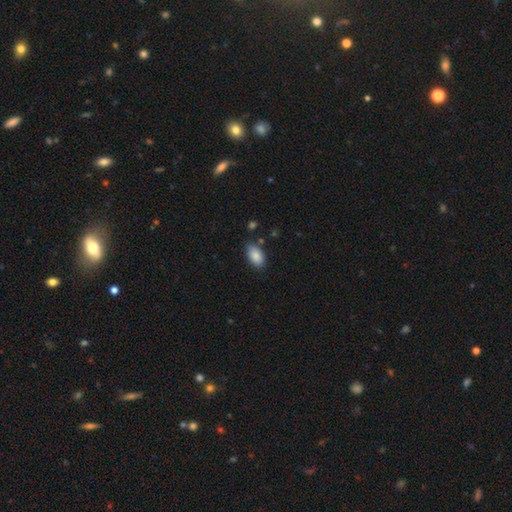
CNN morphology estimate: This is clearly a smooth galaxy (88%). How rounded: clearly in between (93%). Merging: likely none (80%).